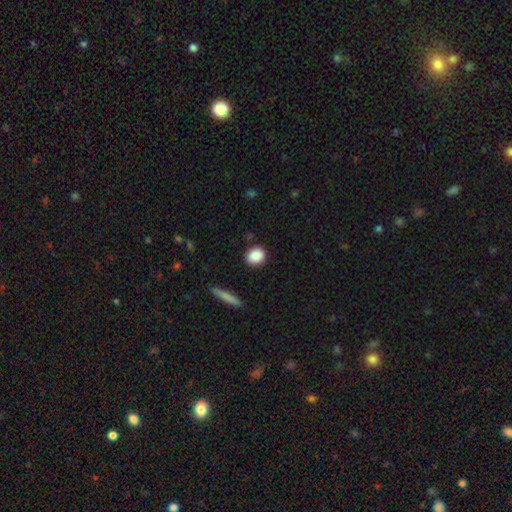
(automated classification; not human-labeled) This is clearly a smooth galaxy (89%). How rounded: likely round (66%). Merging: clearly none (88%).